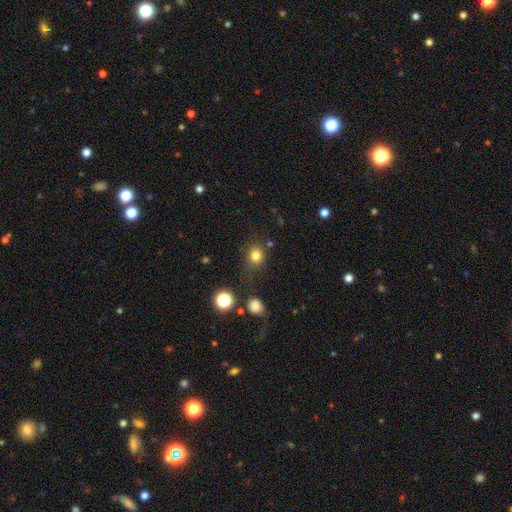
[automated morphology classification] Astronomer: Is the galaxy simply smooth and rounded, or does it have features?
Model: smooth — 80%.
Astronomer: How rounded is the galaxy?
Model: round — 77%.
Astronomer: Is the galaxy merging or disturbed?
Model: none — 76%.